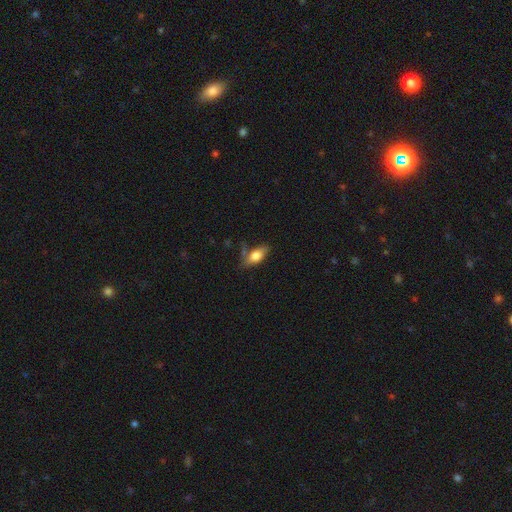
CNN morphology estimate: This appears to be a smooth galaxy with no disk features (71%) that is in between round and cigar-shaped (80%). Merging: none (62%).